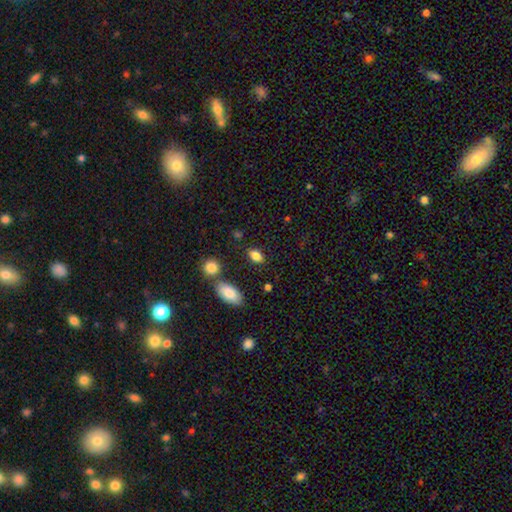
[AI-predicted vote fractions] Q: Smooth or featured?
A: smooth (85%); runner-up: star or artifact (8%)
Q: How rounded?
A: in between (88%); runner-up: round (10%)
Q: Merging?
A: none (80%); runner-up: minor disturbance (11%)